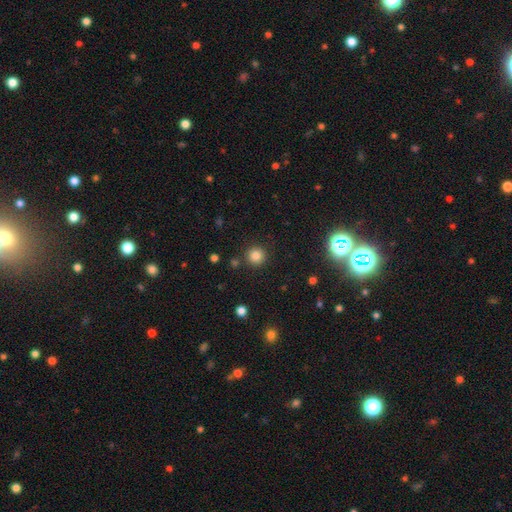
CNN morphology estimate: Smooth or featured?
  - smooth: 83% *
  - star or artifact: 12%
  - featured or disk: 4%
How rounded?
  - round: 94% *
  - in between: 5%
  - cigar-shaped: 1%
Merging?
  - none: 88% *
  - minor disturbance: 6%
  - merger: 3%
  - major disturbance: 2%